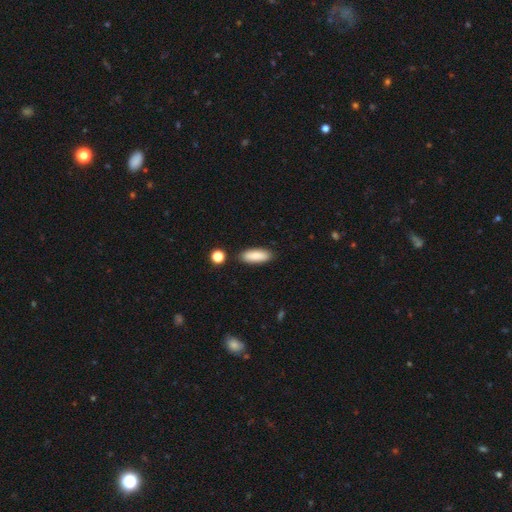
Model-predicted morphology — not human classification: This is clearly a smooth galaxy (87%). How rounded: likely in between (67%). Merging: clearly none (85%).